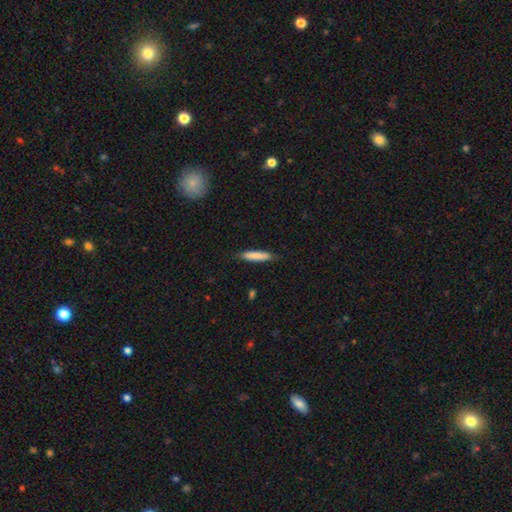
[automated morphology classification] A smooth galaxy with no disk features (84%) that is cigar-shaped (85%).

Vote fractions:
- Smooth or featured? smooth: 84% / featured or disk: 11% / star or artifact: 6%
- How rounded? cigar-shaped: 85% / in between: 14% / round: 1%
- Merging? none: 84% / minor disturbance: 12% / major disturbance: 2% / merger: 1%